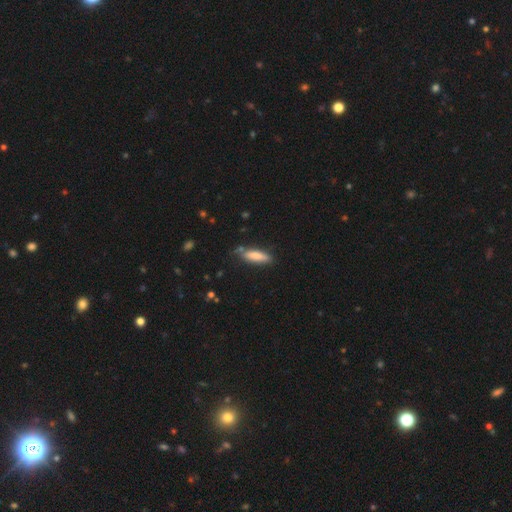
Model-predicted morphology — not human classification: smooth 80%, featured or disk 14%, star or artifact 6%. Down the decision tree: how rounded — cigar-shaped (62%); merging — none (73%).